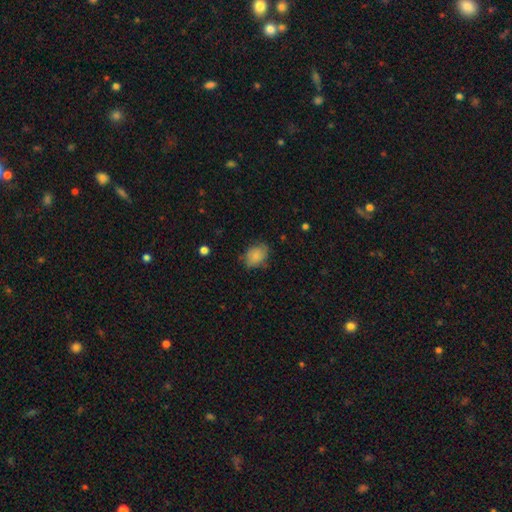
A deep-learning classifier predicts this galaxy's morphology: Smooth or featured?
  - smooth: 80% *
  - featured or disk: 13%
  - star or artifact: 8%
How rounded?
  - in between: 71% *
  - round: 28%
  - cigar-shaped: 1%
Merging?
  - none: 71% *
  - minor disturbance: 23%
  - major disturbance: 5%
  - merger: 1%